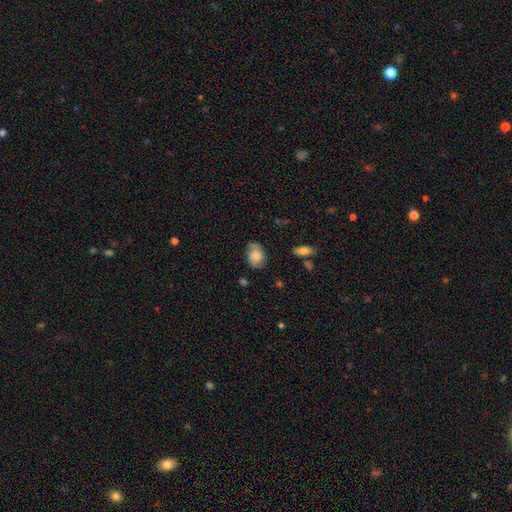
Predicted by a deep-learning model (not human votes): Smooth or featured? smooth (71%)
How rounded? in between (74%)
Merging? none (62%)